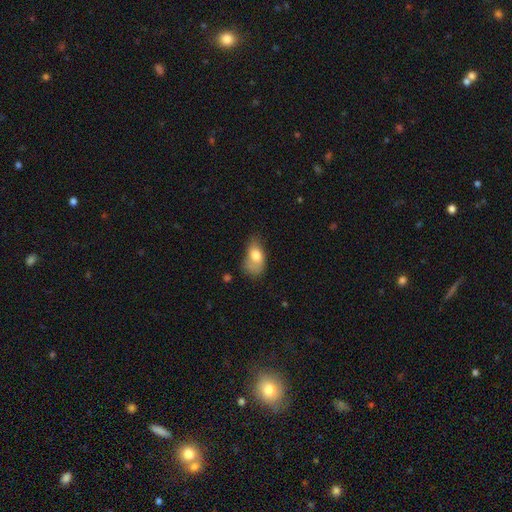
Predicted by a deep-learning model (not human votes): This is likely a smooth galaxy (73%). How rounded: clearly in between (87%). Merging: marginally minor disturbance (37%).